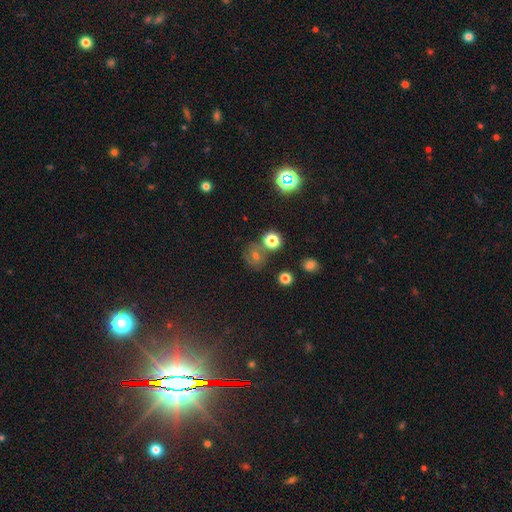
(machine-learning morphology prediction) This appears to be a smooth galaxy with no disk features (48%). Merging: none (67%).